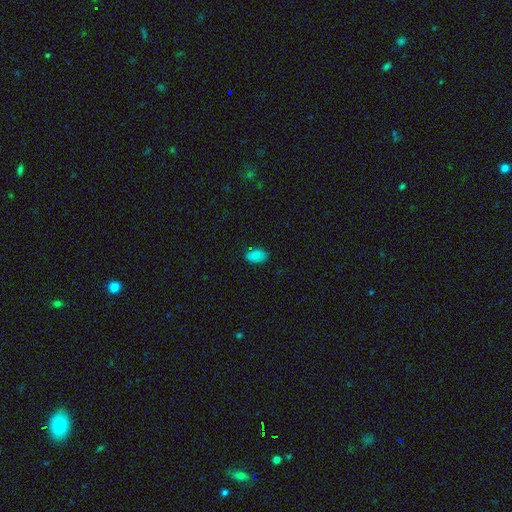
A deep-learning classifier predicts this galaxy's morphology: Q: Smooth or featured?
A: smooth (82%); runner-up: star or artifact (12%)
Q: How rounded?
A: in between (93%); runner-up: round (5%)
Q: Merging?
A: none (82%); runner-up: minor disturbance (14%)